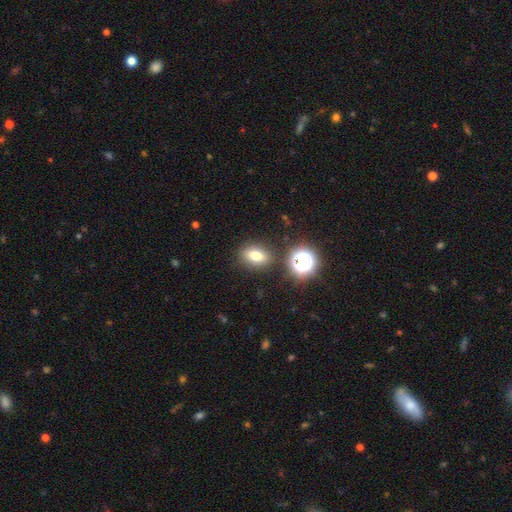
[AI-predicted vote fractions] smooth 72%, star or artifact 16%, featured or disk 12%. Down the decision tree: how rounded — in between (65%); merging — none (83%).